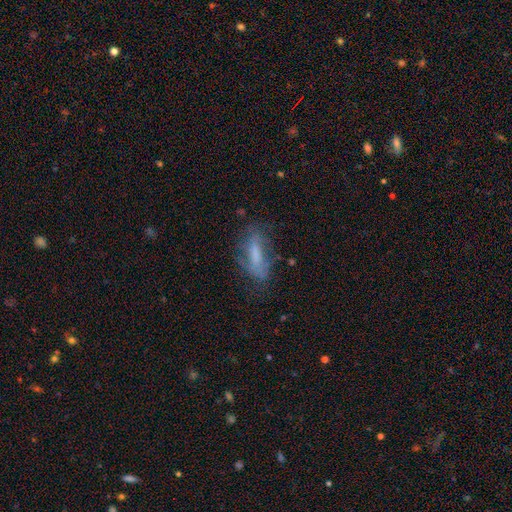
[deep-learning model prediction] A smooth galaxy with no disk features (53%) that is in between round and cigar-shaped (55%).

Vote fractions:
- Smooth or featured? smooth: 53% / featured or disk: 37% / star or artifact: 11%
- How rounded? in between: 55% / cigar-shaped: 43% / round: 3%
- Merging? none: 56% / minor disturbance: 25% / major disturbance: 16% / merger: 3%